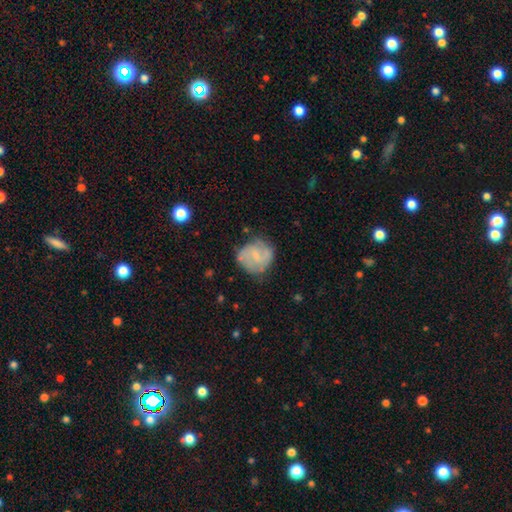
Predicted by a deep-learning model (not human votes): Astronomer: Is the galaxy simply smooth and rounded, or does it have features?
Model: featured or disk — 62%.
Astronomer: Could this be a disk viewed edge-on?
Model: no — 98%.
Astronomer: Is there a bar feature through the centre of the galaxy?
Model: weak — 49% (runner-up: no, 42%).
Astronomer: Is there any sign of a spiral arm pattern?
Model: yes — 86%.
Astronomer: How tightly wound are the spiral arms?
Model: medium — 47% (runner-up: tight, 32%).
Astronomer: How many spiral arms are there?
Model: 2 — 69%.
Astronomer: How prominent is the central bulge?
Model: small — 59%.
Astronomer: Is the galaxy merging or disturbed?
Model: none — 69%.